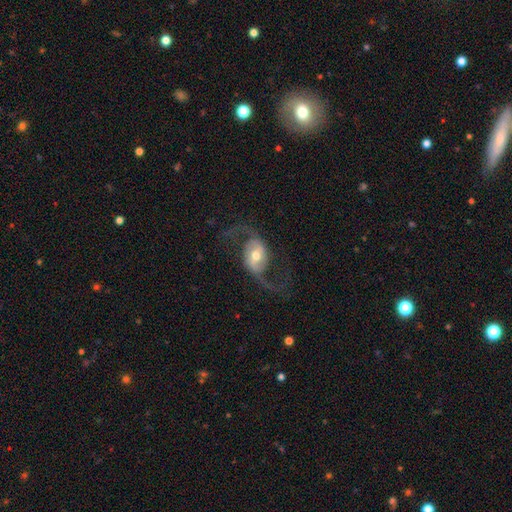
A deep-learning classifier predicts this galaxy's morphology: Smooth or featured? Predicted: featured or disk (p=0.86). Edge-on disk? Predicted: no (p=0.96). Bar? Predicted: weak (p=0.41). Spiral arms? Predicted: yes (p=0.95). Spiral winding? Predicted: loose (p=0.77). Spiral arm count? Predicted: 2 (p=0.94). Bulge size? Predicted: moderate (p=0.68). Merging? Predicted: none (p=0.72).